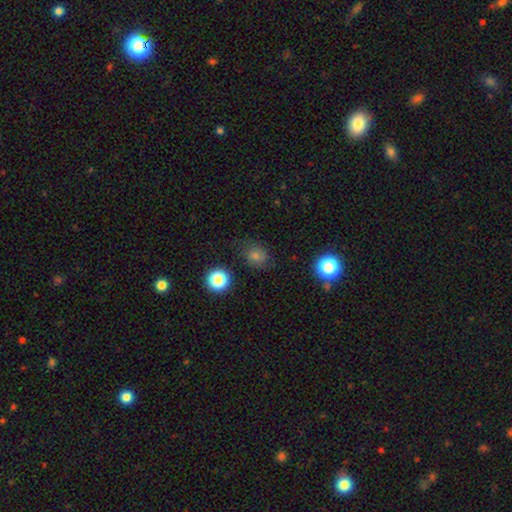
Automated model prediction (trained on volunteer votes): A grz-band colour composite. It shows a smooth galaxy with no disk features (72%) that is round (60%). Merging: none (75%).